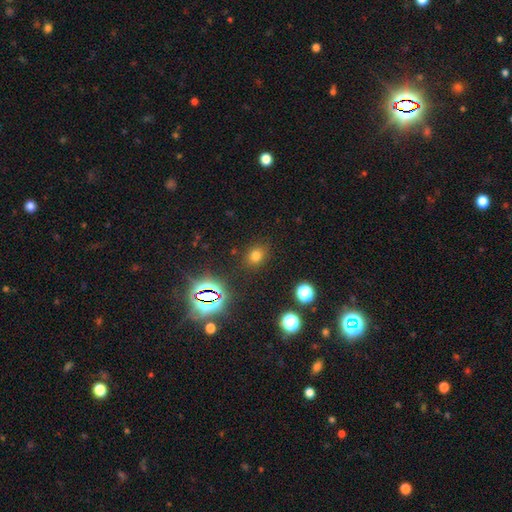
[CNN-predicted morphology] Smooth or featured: smooth — 69% (star or artifact — 24%)
How rounded: round — 67% (in between — 32%)
Merging: none — 84% (minor disturbance — 10%)